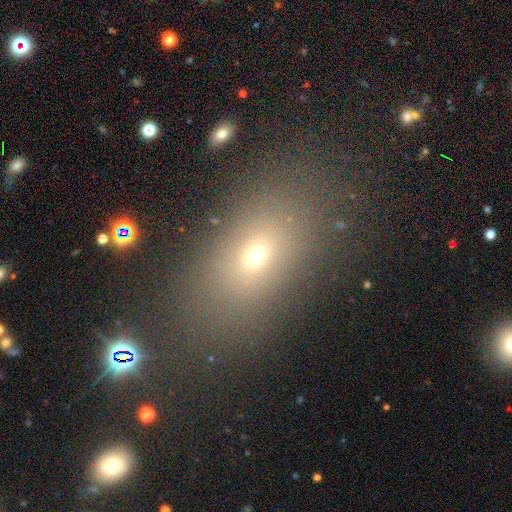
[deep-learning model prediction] smooth_or_featured: smooth (p=0.61) [alt: star or artifact p=0.23]
how_rounded: in between (p=0.77) [alt: round p=0.19]
merging: none (p=0.80) [alt: minor disturbance p=0.11]